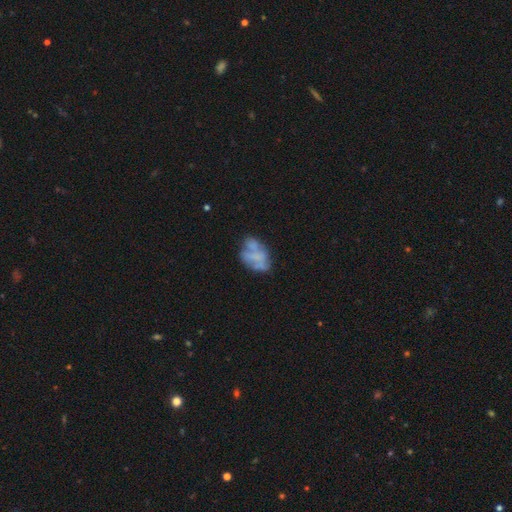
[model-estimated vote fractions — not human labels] This appears to be a featured or disk galaxy (51%). Merging: none (45%).